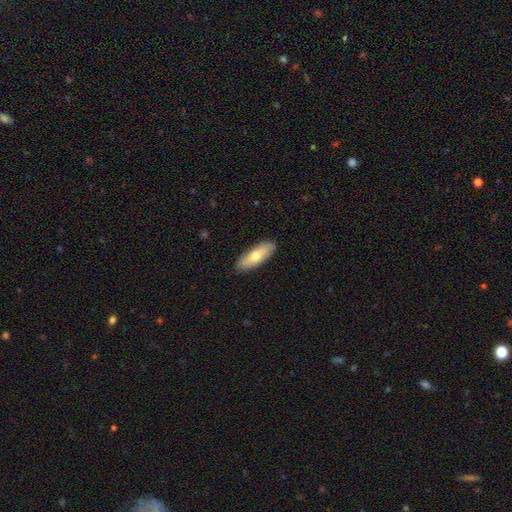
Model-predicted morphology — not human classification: Smooth or featured: smooth — 70% (featured or disk — 24%)
How rounded: in between — 67% (cigar-shaped — 31%)
Merging: none — 88% (minor disturbance — 10%)